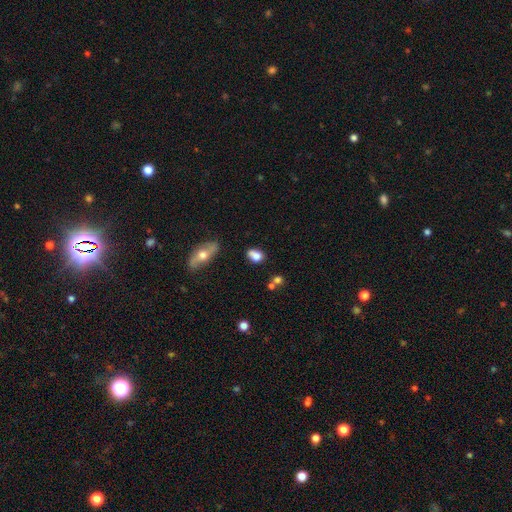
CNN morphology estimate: smooth-or-featured: smooth: 77% | featured or disk: 13% | star or artifact: 10%
  how-rounded: in between: 71% | round: 27% | cigar-shaped: 3%
  merging: none: 53% | minor disturbance: 24% | merger: 16% | major disturbance: 8%